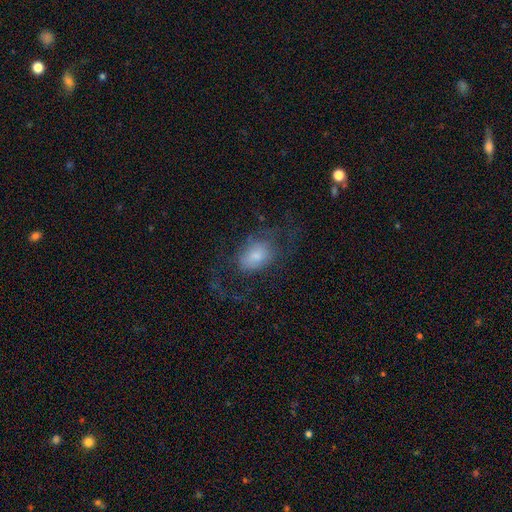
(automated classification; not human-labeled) smooth 56%, featured or disk 34%, star or artifact 10%. Down the decision tree: how rounded — in between (81%); merging — none (44%).